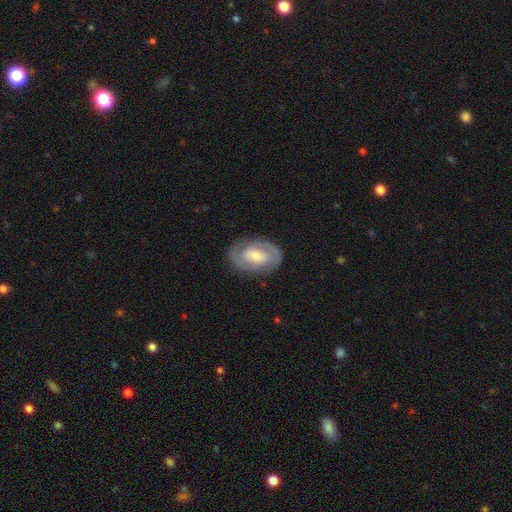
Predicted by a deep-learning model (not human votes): A featured or disk galaxy (80%) with a weak bar (40%, tied with no), 2 (82%) tight (56%) spiral arms (89%) and a moderate central bulge (50%).

Vote fractions:
- Smooth or featured? featured or disk: 80% / smooth: 15% / star or artifact: 5%
- Edge-on disk? no: 96% / yes: 4%
- Bar? weak: 40% (tied) / no: 40% (tied) / strong: 20%
- Spiral arms? yes: 89% / no: 11%
- Spiral winding? tight: 56% / medium: 35% / loose: 9%
- Spiral arm count? 2: 82% / can't tell: 10% / 1: 3% / 3: 3% / 4: 1% / more than 4: 1%
- Bulge size? moderate: 50% / small: 42% / large: 5% / none: 2% / dominant: 1%
- Merging? none: 83% / minor disturbance: 11% / major disturbance: 4% / merger: 1%